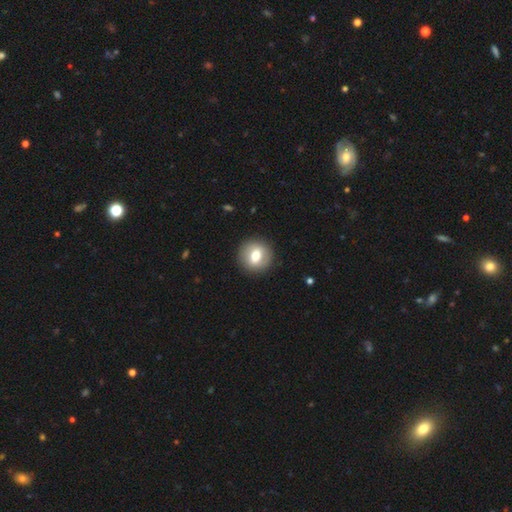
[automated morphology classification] A smooth galaxy with no disk features (68%) that is round (89%).

Vote fractions:
- Smooth or featured? smooth: 68% / featured or disk: 24% / star or artifact: 8%
- How rounded? round: 89% / in between: 10% / cigar-shaped: 1%
- Merging? none: 91% / minor disturbance: 6% / major disturbance: 2% / merger: 1%